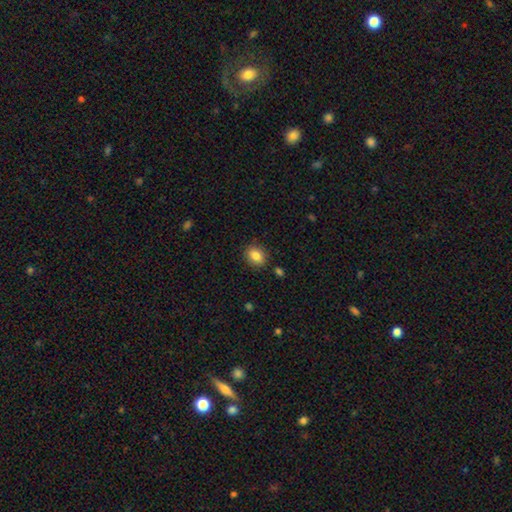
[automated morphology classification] Smooth or featured? Predicted: smooth (p=0.85). How rounded? Predicted: in between (p=0.52). Merging? Predicted: none (p=0.87).